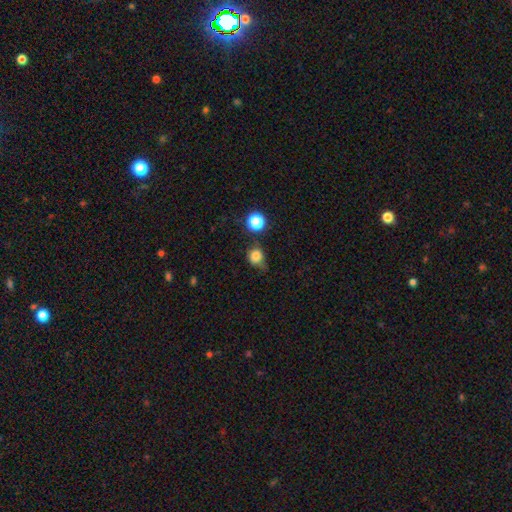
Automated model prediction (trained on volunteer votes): Smooth or featured? Predicted: smooth (p=0.79). How rounded? Predicted: round (p=0.73). Merging? Predicted: none (p=0.50).